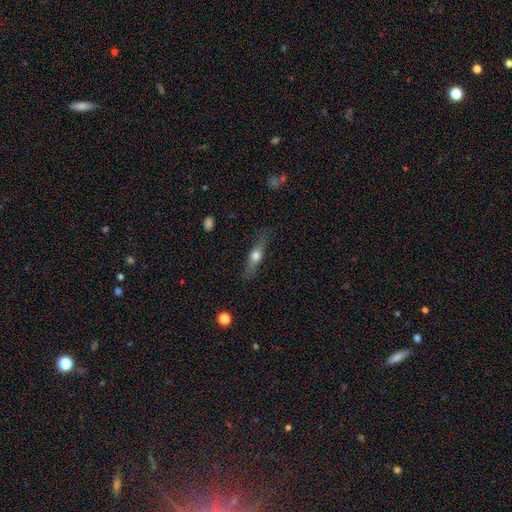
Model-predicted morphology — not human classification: Q: Smooth or featured?
A: smooth (47%); runner-up: featured or disk (46%)
Q: Merging?
A: none (83%); runner-up: minor disturbance (13%)